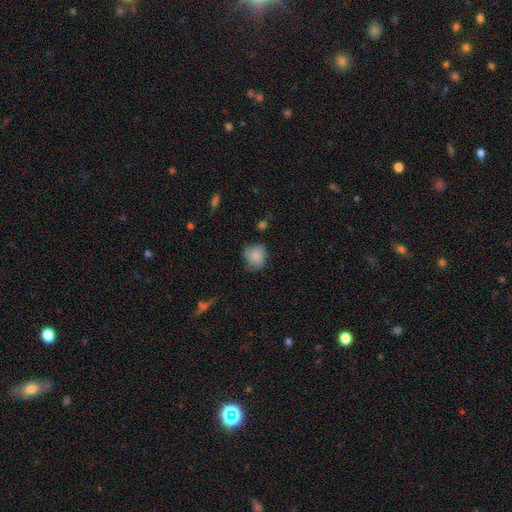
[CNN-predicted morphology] This appears to be a smooth galaxy with no disk features (79%) that is round (75%). Merging: none (60%).